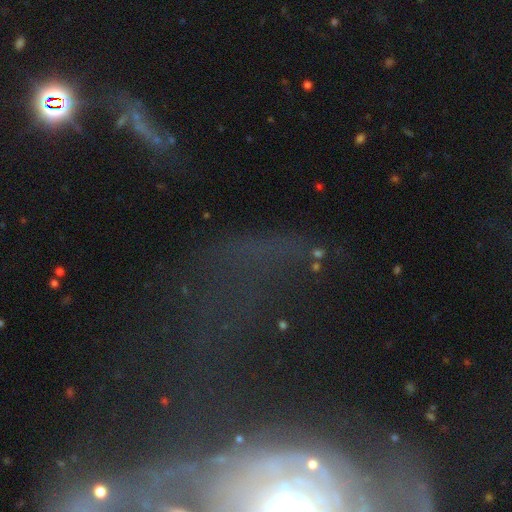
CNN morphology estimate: The model was most divided on "merging": none: 46%, major disturbance: 29%, minor disturbance: 15%, merger: 10%. More confident: edge-on disk — no (79%); smooth or featured — featured or disk (51%).